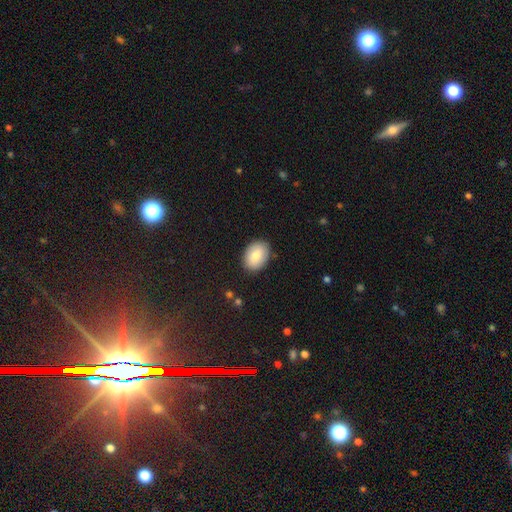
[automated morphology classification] smooth-or-featured: smooth: 82% | featured or disk: 11% | star or artifact: 7%
  how-rounded: in between: 79% | round: 20% | cigar-shaped: 1%
  merging: none: 88% | minor disturbance: 9% | major disturbance: 2% | merger: 1%